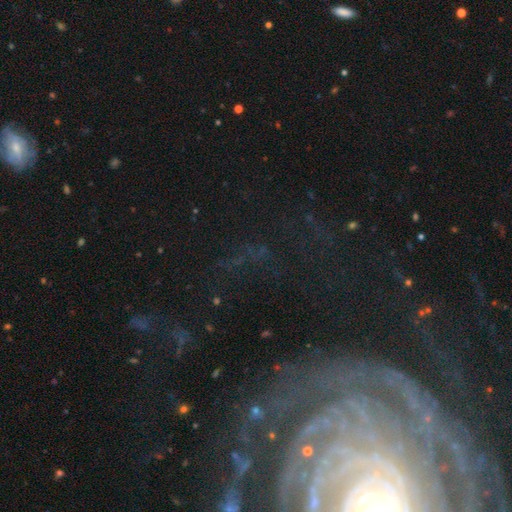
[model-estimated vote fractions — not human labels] Q: Smooth or featured?
A: featured or disk (71%); runner-up: star or artifact (19%)
Q: Edge-on disk?
A: no (93%); runner-up: yes (7%)
Q: Bar?
A: no (47%); runner-up: weak (27%)
Q: Spiral arms?
A: yes (89%); runner-up: no (11%)
Q: Spiral winding?
A: tight (66%); runner-up: medium (24%)
Q: Spiral arm count?
A: can't tell (26%); runner-up: 2 (21%)
Q: Bulge size?
A: small (60%); runner-up: moderate (20%)
Q: Merging?
A: none (65%); runner-up: major disturbance (16%)